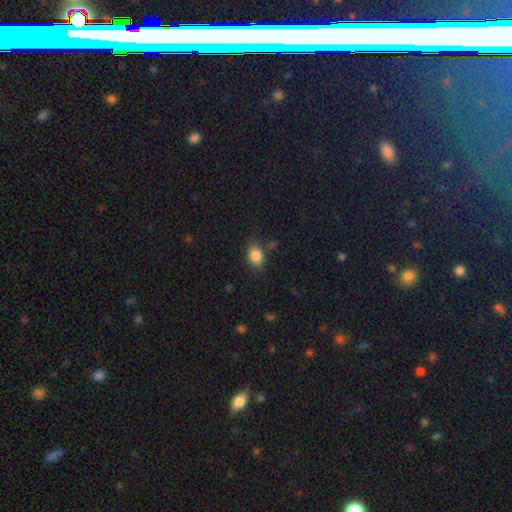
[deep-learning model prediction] Smooth or featured? smooth (85%)
How rounded? in between (74%)
Merging? none (74%)